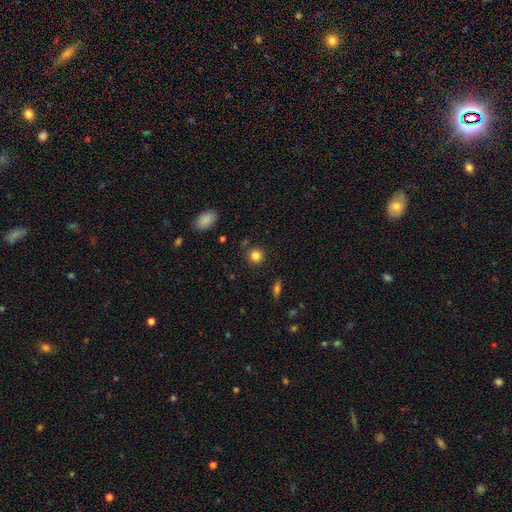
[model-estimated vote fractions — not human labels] Smooth or featured: smooth — 83% (star or artifact — 11%)
How rounded: round — 91% (in between — 8%)
Merging: none — 87% (minor disturbance — 8%)